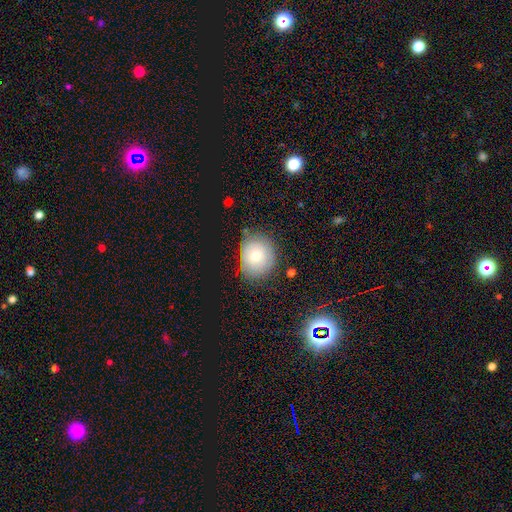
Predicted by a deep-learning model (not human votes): Morphology: type=smooth (72%); roundness=round (65%); merging=none (70%).